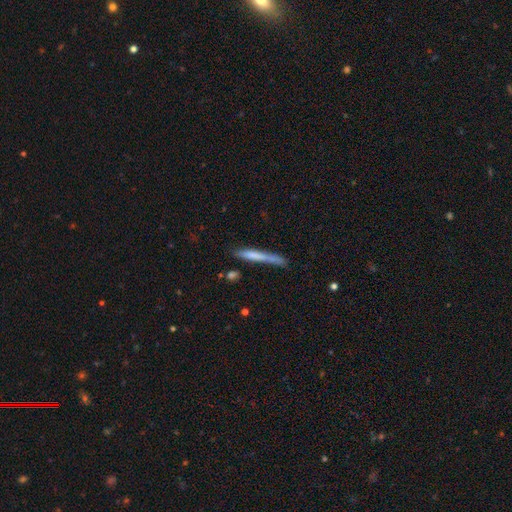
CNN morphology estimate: smooth-or-featured: smooth: 65% | featured or disk: 28% | star or artifact: 7%
  how-rounded: cigar-shaped: 95% | in between: 3% | round: 1%
  merging: none: 65% | minor disturbance: 21% | major disturbance: 7% | merger: 6%